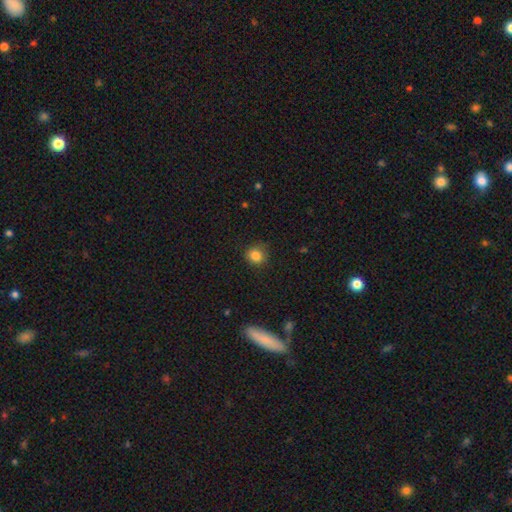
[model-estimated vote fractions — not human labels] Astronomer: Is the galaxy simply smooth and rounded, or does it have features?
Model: smooth — 84%.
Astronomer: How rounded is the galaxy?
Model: round — 84%.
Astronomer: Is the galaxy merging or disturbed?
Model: none — 84%.